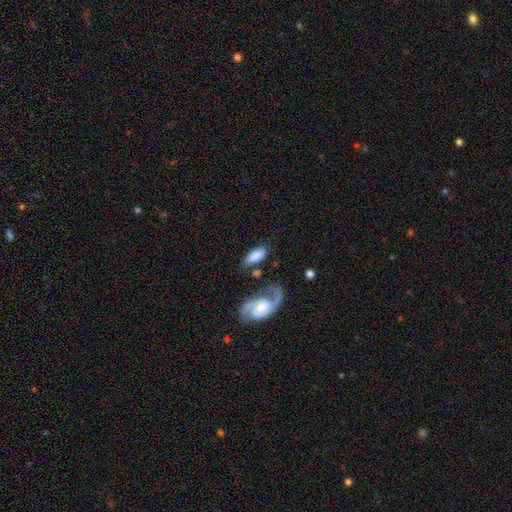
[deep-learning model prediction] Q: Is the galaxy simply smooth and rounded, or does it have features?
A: smooth — 72%.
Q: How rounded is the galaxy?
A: in between — 87%.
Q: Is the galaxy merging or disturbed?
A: none — 57%.